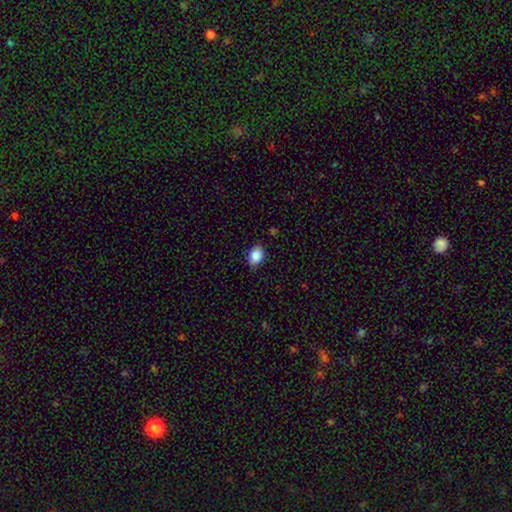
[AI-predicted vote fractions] Smooth or featured: smooth — 87% (star or artifact — 8%)
How rounded: in between — 79% (round — 20%)
Merging: none — 82% (minor disturbance — 14%)